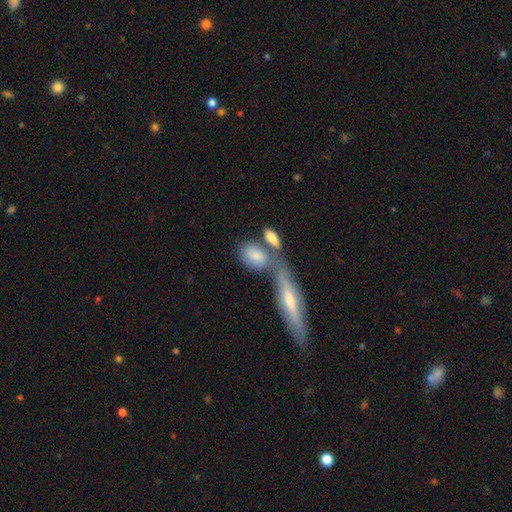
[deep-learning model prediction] Smooth or featured: smooth — 77% (featured or disk — 16%)
How rounded: in between — 79% (cigar-shaped — 12%)
Merging: merger — 41% (none — 38%)